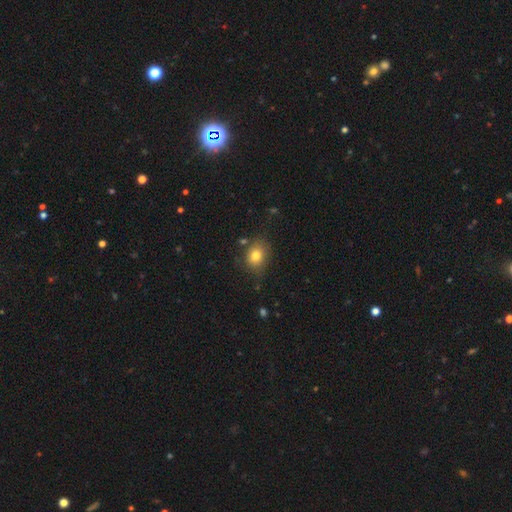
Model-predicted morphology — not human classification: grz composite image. It shows a smooth galaxy with no disk features (79%) that is in between round and cigar-shaped (53%). Merging: none (73%).